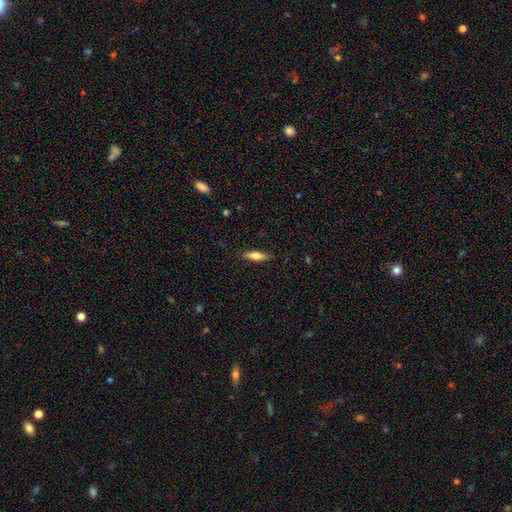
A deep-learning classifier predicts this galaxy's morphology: Smooth or featured: smooth — 65% (featured or disk — 28%)
How rounded: cigar-shaped — 63% (in between — 35%)
Merging: none — 86% (minor disturbance — 10%)